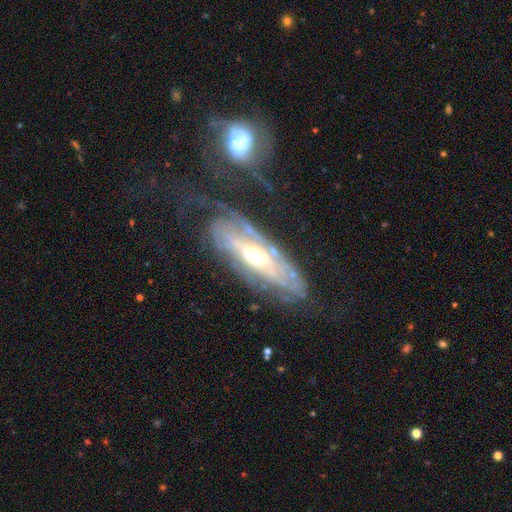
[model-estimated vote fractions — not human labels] featured or disk 81%, smooth 11%, star or artifact 7%. Down the decision tree: edge-on disk — no (80%); bar — no (56%); spiral arms — yes (80%); spiral arm count — can't tell (58%); spiral winding — tight (63%); bulge size — moderate (70%); merging — none (51%).